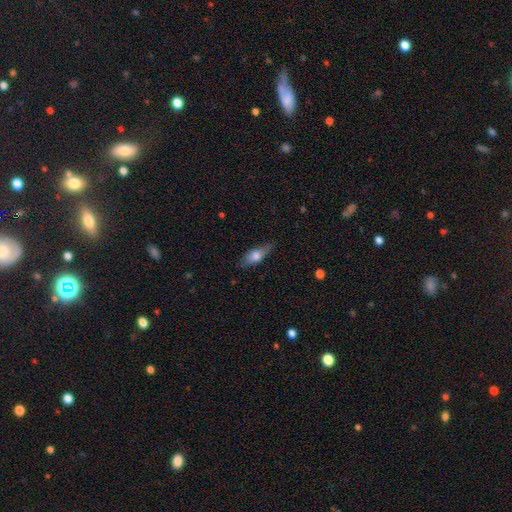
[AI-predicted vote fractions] smooth-or-featured: smooth: 67% | featured or disk: 26% | star or artifact: 7%
  how-rounded: in between: 68% | cigar-shaped: 29% | round: 4%
  merging: none: 67% | minor disturbance: 25% | major disturbance: 6% | merger: 2%